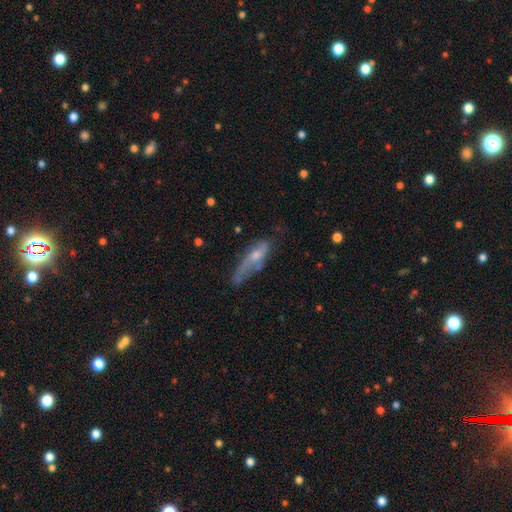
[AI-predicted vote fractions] Smooth or featured?
  - featured or disk: 54% *
  - smooth: 37%
  - star or artifact: 8%
Edge-on disk?
  - no: 66% *
  - yes: 34%
Merging?
  - none: 42% *
  - minor disturbance: 32%
  - major disturbance: 22%
  - merger: 5%